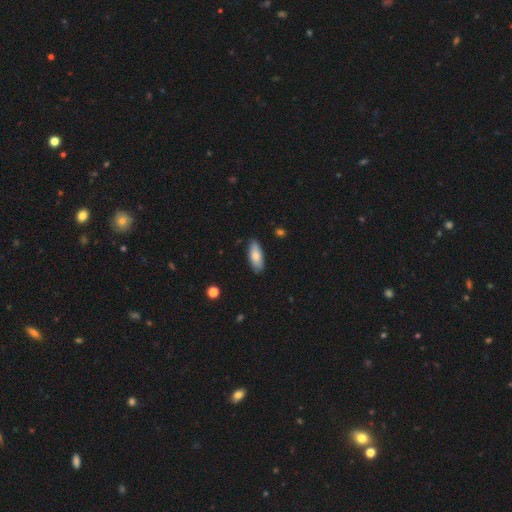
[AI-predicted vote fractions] A smooth galaxy with no disk features (79%) that is in between round and cigar-shaped (76%).

Vote fractions:
- Smooth or featured? smooth: 79% / featured or disk: 15% / star or artifact: 6%
- How rounded? in between: 76% / cigar-shaped: 22% / round: 2%
- Merging? none: 86% / minor disturbance: 11% / major disturbance: 2% / merger: 1%